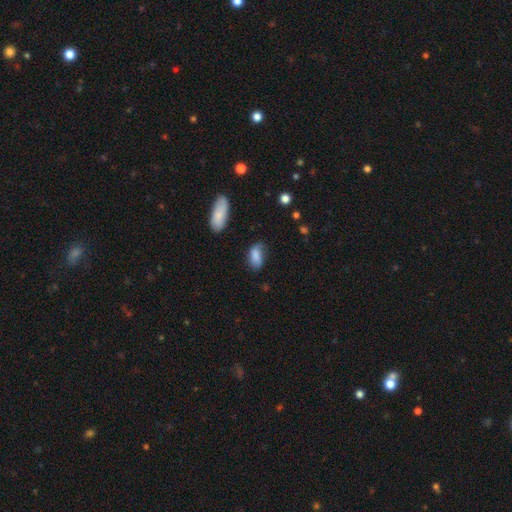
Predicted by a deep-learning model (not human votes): Smooth or featured? smooth (81%)
How rounded? in between (92%)
Merging? none (59%)